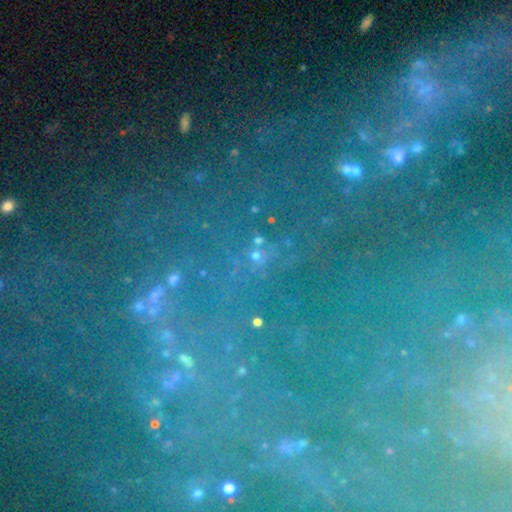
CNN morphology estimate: A star or artifact, not a galaxy (72%).

Vote fractions:
- Smooth or featured? star or artifact: 72% / smooth: 16% / featured or disk: 12%